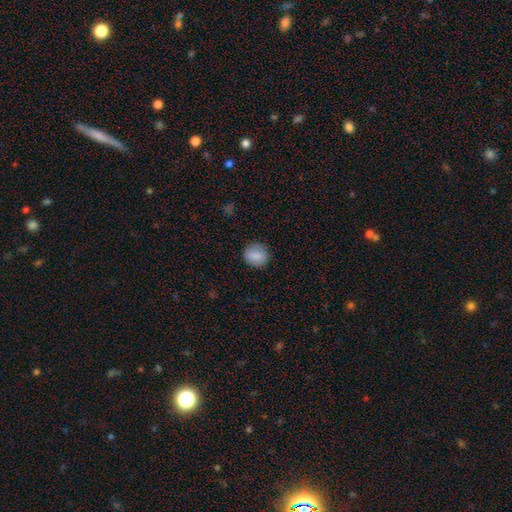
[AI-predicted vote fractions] Smooth or featured: smooth — 84% (star or artifact — 8%)
How rounded: round — 81% (in between — 18%)
Merging: none — 87% (minor disturbance — 9%)